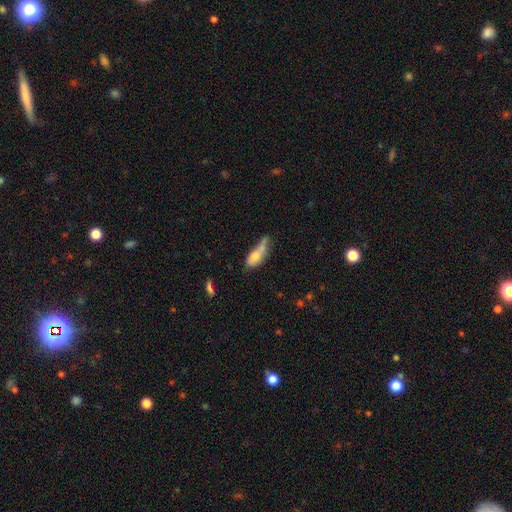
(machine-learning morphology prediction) smooth_or_featured: smooth (p=0.70) [alt: featured or disk p=0.21]
how_rounded: in between (p=0.65) [alt: cigar-shaped p=0.31]
merging: merger (p=0.30) [alt: minor disturbance p=0.27]